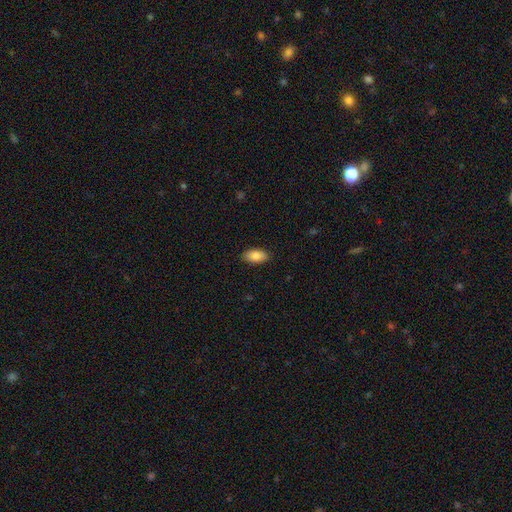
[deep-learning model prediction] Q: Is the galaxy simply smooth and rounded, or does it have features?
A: smooth — 85%.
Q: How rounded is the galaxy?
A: in between — 93%.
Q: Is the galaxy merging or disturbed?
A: none — 88%.